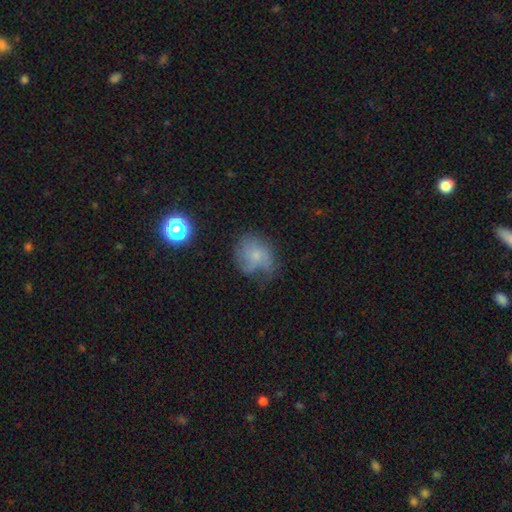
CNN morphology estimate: Q: Smooth or featured?
A: smooth (46%); runner-up: featured or disk (41%)
Q: Merging?
A: none (45%); runner-up: minor disturbance (29%)